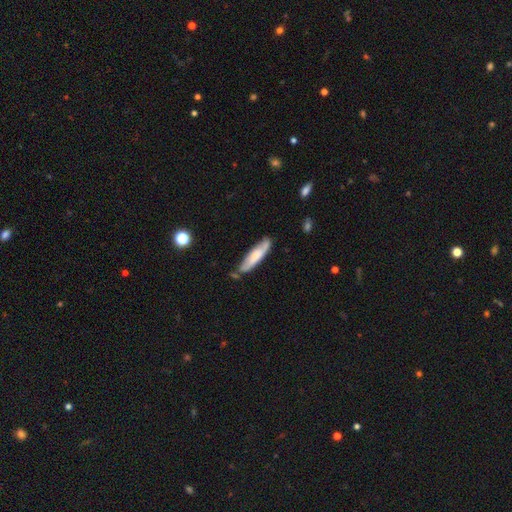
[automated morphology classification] This appears to be a smooth galaxy with no disk features (62%) that is cigar-shaped (75%). Merging: none (64%).